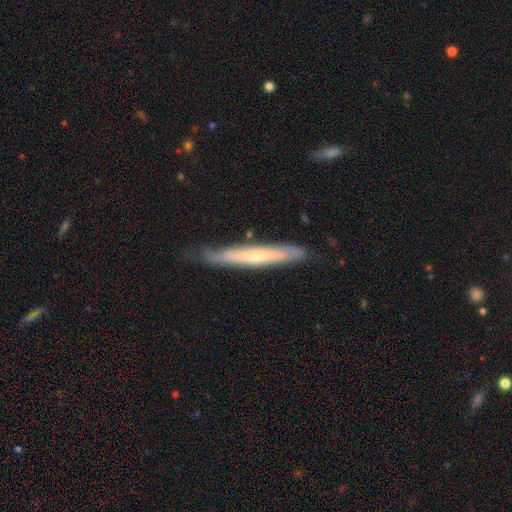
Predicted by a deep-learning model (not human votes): Morphology: type=featured or disk (56%); edge-on=yes (85%); merging=none (74%).